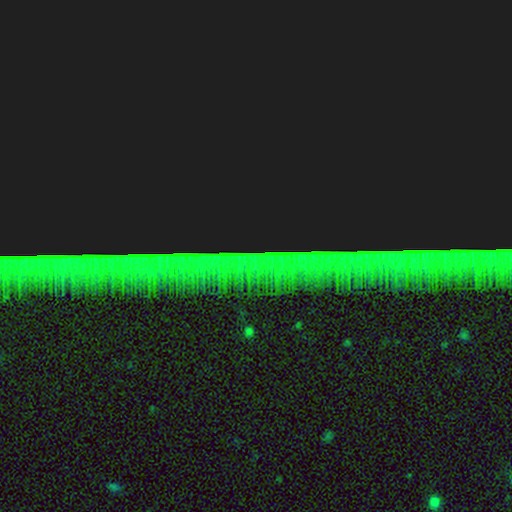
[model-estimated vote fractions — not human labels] A star or artifact, not a galaxy (83%).

Vote fractions:
- Smooth or featured? star or artifact: 83% / featured or disk: 9% / smooth: 8%